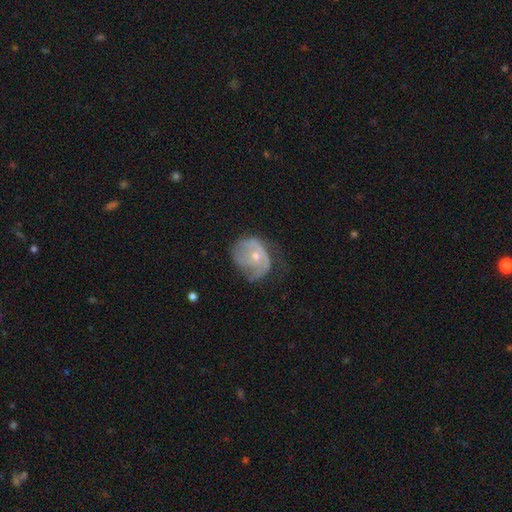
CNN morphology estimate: The model was most divided on "bulge size": small: 50%, moderate: 46%, none: 2%, large: 2%, dominant: 1%. Remaining: edge-on disk — no (97%); bar — no (80%); spiral arms — yes (66%); smooth or featured — featured or disk (62%); merging — none (38%).